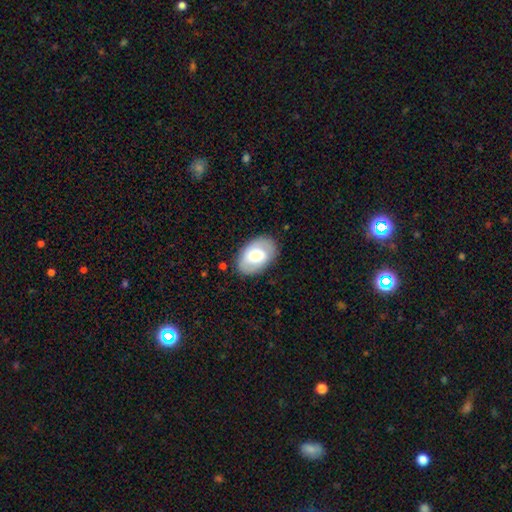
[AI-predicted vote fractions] Overall: smooth (57%; featured or disk 36%). How rounded: in between (87%). Merging: none (82%).